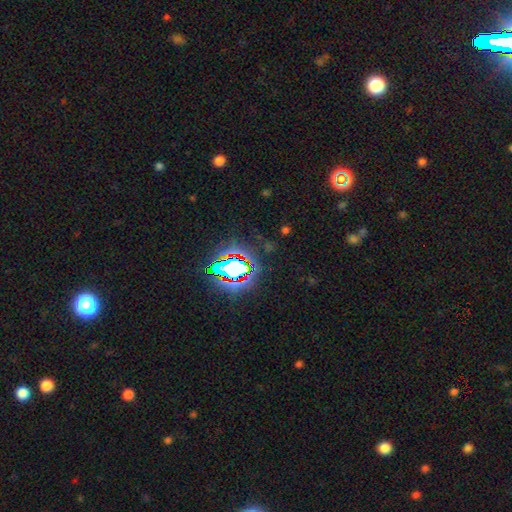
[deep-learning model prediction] star or artifact 81%, smooth 11%, featured or disk 7%.